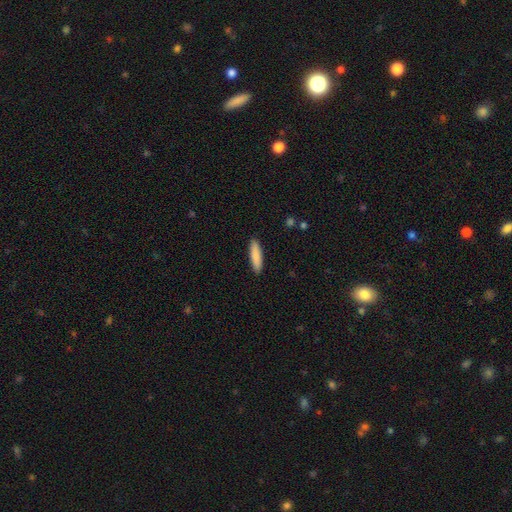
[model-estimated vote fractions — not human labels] A smooth galaxy with no disk features (87%) that is cigar-shaped (74%). Merging: none (90%).